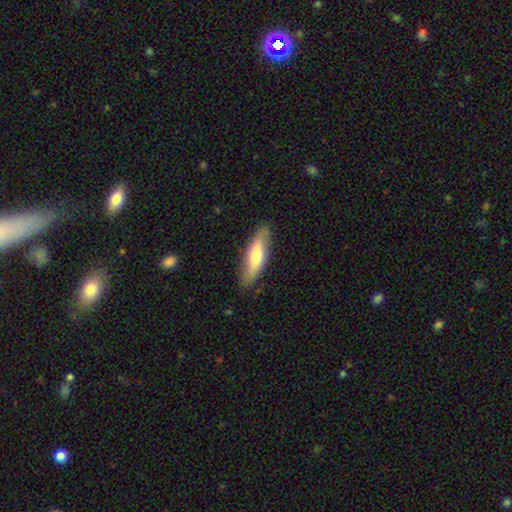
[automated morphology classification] The model was most divided on "how rounded": cigar-shaped: 61%, in between: 37%, round: 2%. More confident: merging — none (84%); smooth or featured — smooth (62%).